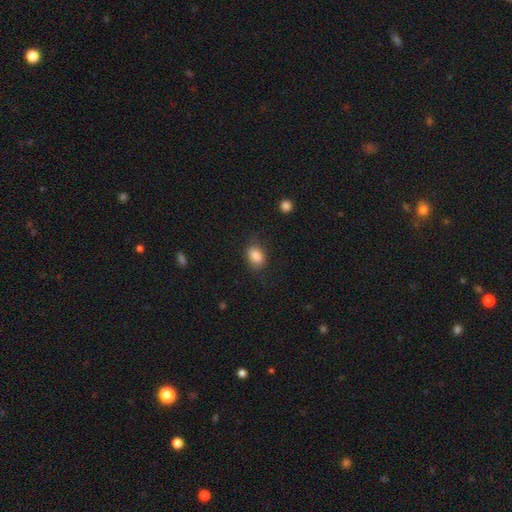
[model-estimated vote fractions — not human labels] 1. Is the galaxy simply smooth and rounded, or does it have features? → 86% smooth, 8% star or artifact, 6% featured or disk.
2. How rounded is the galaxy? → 80% in between, 18% round, 2% cigar-shaped.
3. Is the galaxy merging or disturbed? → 76% none, 17% minor disturbance, 6% major disturbance, 1% merger.